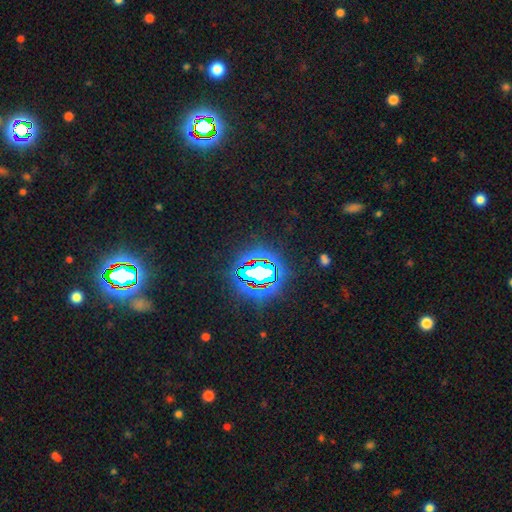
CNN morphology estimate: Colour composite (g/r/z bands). It shows a star or artifact, not a galaxy (84%).